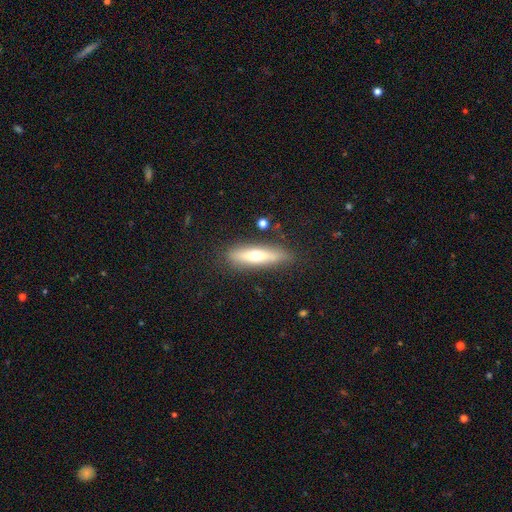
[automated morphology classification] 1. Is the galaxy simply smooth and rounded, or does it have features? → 52% smooth, 41% featured or disk, 7% star or artifact.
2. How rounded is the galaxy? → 71% cigar-shaped, 27% in between, 2% round.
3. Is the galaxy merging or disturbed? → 83% none, 12% minor disturbance, 3% major disturbance, 2% merger.